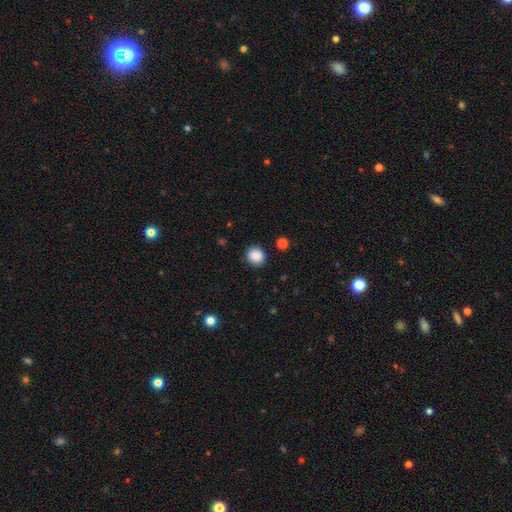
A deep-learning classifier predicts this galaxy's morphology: The model was most divided on "how rounded": round: 85%, in between: 15%, cigar-shaped: 1%. More confident: merging — none (89%); smooth or featured — smooth (88%).